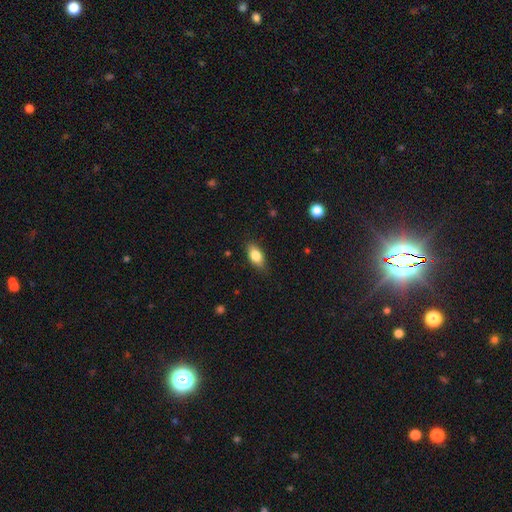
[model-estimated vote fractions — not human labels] This is clearly a smooth galaxy (81%). How rounded: clearly in between (86%). Merging: clearly none (84%).